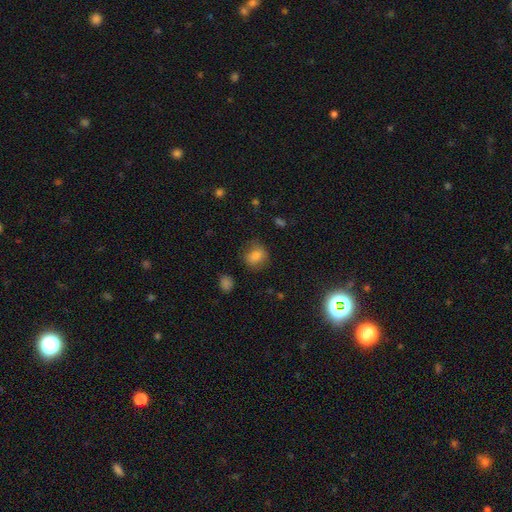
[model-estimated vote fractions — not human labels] smooth-or-featured: smooth: 78% | star or artifact: 11% | featured or disk: 11%
  how-rounded: round: 68% | in between: 31% | cigar-shaped: 1%
  merging: none: 74% | minor disturbance: 18% | major disturbance: 7% | merger: 2%